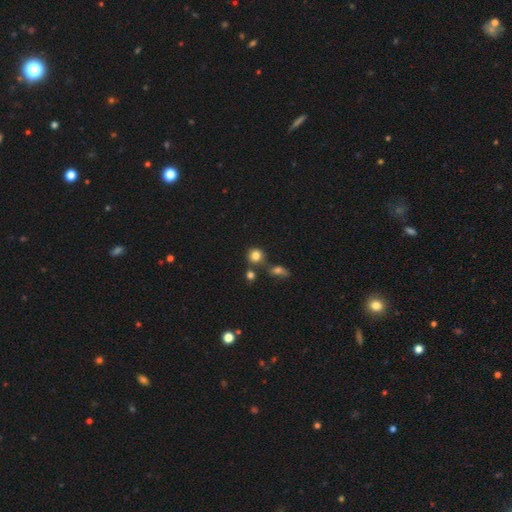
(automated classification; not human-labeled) smooth_or_featured: smooth (p=0.80) [alt: star or artifact p=0.12]
how_rounded: round (p=0.85) [alt: in between p=0.14]
merging: none (p=0.64) [alt: merger p=0.21]